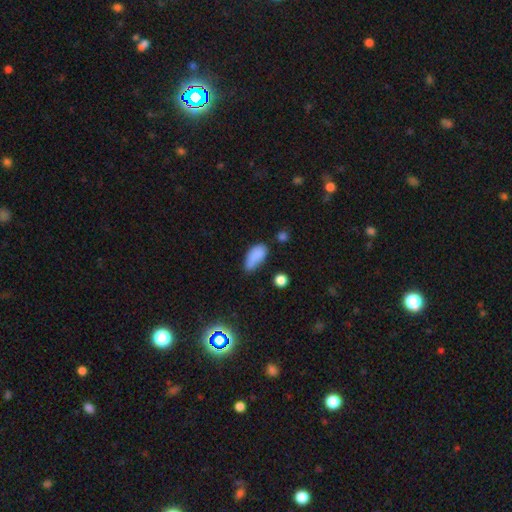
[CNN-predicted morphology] smooth_or_featured: smooth (p=0.82) [alt: star or artifact p=0.09]
how_rounded: in between (p=0.88) [alt: cigar-shaped p=0.08]
merging: none (p=0.43) [alt: minor disturbance p=0.37]